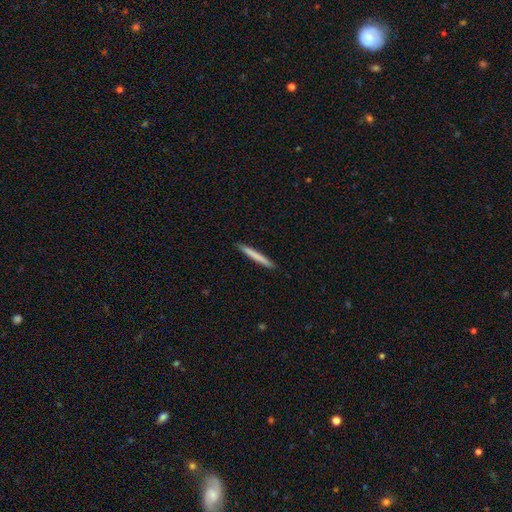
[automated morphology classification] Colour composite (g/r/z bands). It shows a smooth galaxy with no disk features (74%) that is cigar-shaped (97%). Merging: none (92%).